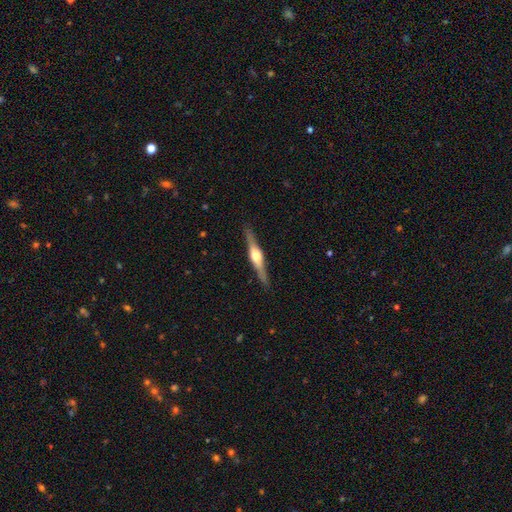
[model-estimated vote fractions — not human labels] Q: Smooth or featured?
A: featured or disk (74%); runner-up: smooth (21%)
Q: Edge-on disk?
A: yes (98%); runner-up: no (2%)
Q: Edge-on bulge?
A: rounded (89%); runner-up: boxy (8%)
Q: Merging?
A: none (90%); runner-up: minor disturbance (7%)